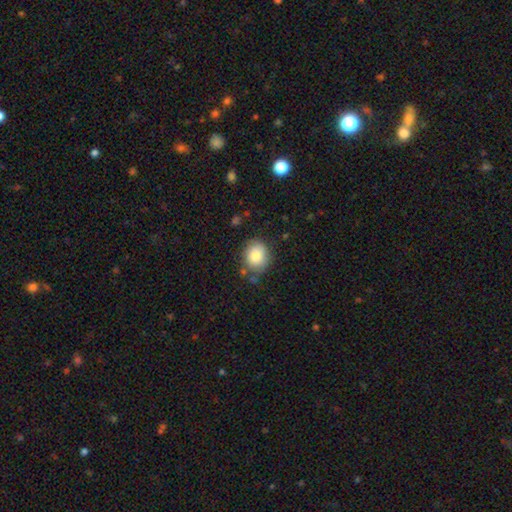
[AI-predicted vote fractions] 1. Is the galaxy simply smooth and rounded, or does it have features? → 82% smooth, 10% featured or disk, 9% star or artifact.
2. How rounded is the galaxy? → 66% round, 33% in between, 1% cigar-shaped.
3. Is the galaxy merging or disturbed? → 75% none, 17% minor disturbance, 4% major disturbance, 4% merger.